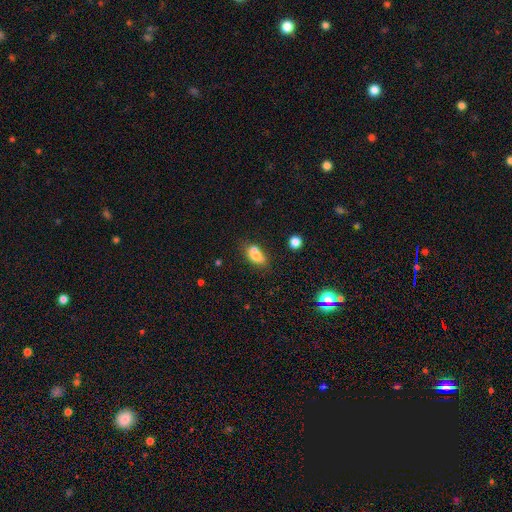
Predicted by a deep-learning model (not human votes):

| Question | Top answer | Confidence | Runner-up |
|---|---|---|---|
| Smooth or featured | smooth | 71% | featured or disk (17%) |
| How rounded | in between | 77% | round (15%) |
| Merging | none | 41% | merger (38%) |